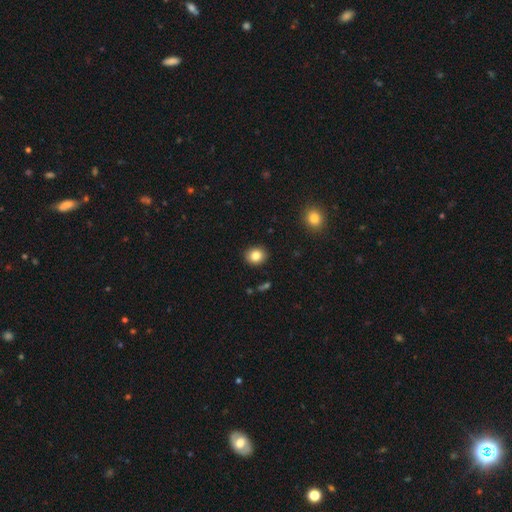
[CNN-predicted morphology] Smooth or featured? Predicted: smooth (p=0.83). How rounded? Predicted: round (p=0.73). Merging? Predicted: none (p=0.90).